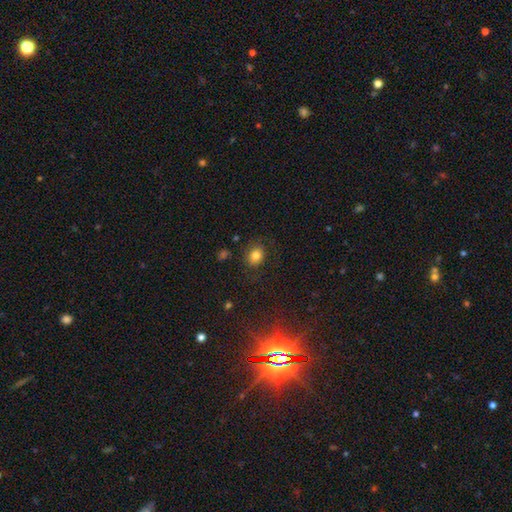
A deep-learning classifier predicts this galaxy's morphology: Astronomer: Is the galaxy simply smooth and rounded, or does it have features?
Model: smooth — 80%.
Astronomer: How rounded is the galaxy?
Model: round — 61% (runner-up: in between, 38%).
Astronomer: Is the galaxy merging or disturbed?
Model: none — 80%.